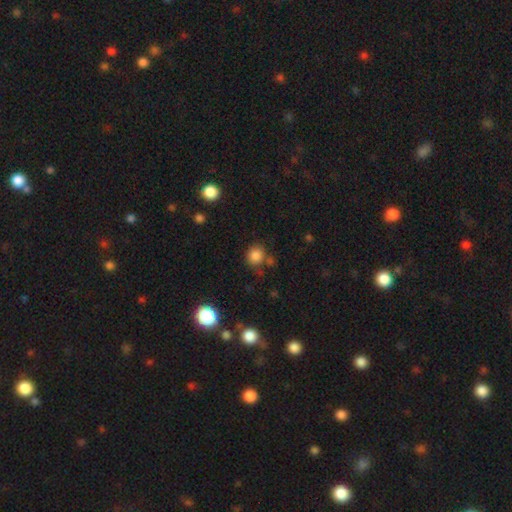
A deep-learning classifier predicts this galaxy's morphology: Smooth or featured? Predicted: smooth (p=0.82). How rounded? Predicted: round (p=0.80). Merging? Predicted: none (p=0.70).